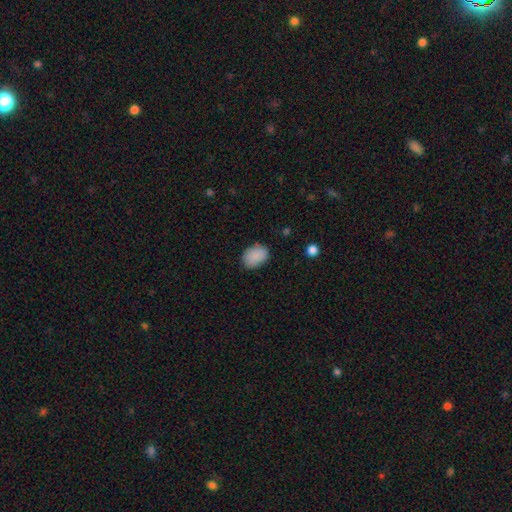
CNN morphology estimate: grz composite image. It shows a smooth galaxy with no disk features (89%) that is in between round and cigar-shaped (76%). Merging: none (79%).